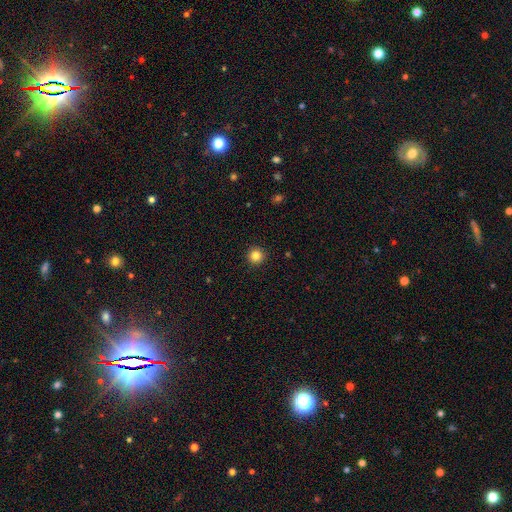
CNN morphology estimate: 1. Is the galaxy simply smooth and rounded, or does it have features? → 84% smooth, 12% star or artifact, 4% featured or disk.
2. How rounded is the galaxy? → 96% round, 3% in between, 1% cigar-shaped.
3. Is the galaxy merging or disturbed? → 93% none, 4% minor disturbance, 2% major disturbance, 1% merger.